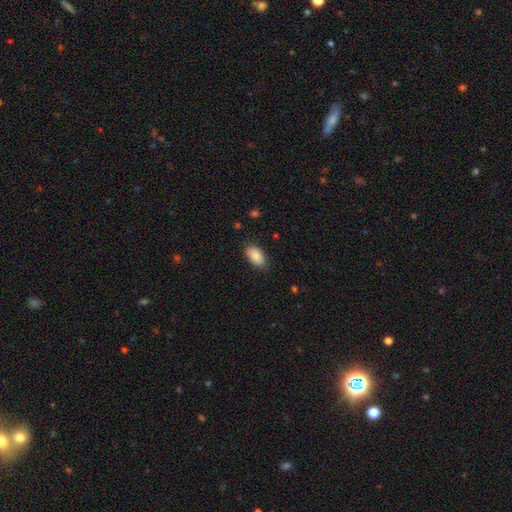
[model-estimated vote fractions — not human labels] Smooth or featured? Predicted: smooth (p=0.88). How rounded? Predicted: in between (p=0.95). Merging? Predicted: none (p=0.82).